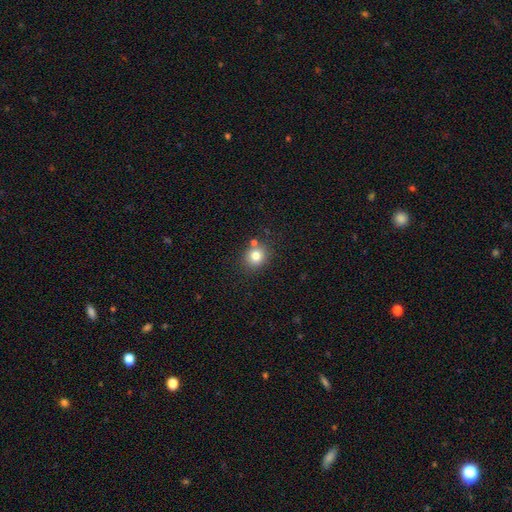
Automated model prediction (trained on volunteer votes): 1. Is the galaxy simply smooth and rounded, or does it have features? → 80% smooth, 12% star or artifact, 8% featured or disk.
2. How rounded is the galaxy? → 79% round, 20% in between, 1% cigar-shaped.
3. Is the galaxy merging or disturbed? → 75% none, 12% merger, 11% minor disturbance, 3% major disturbance.